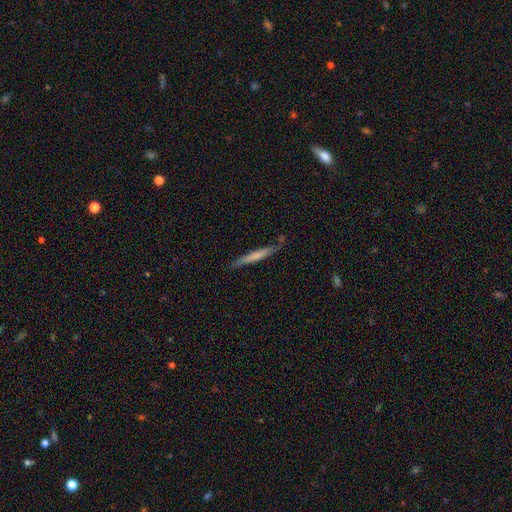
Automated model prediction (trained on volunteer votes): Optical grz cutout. It shows a smooth galaxy with no disk features (58%) that is cigar-shaped (95%). Merging: none (74%).